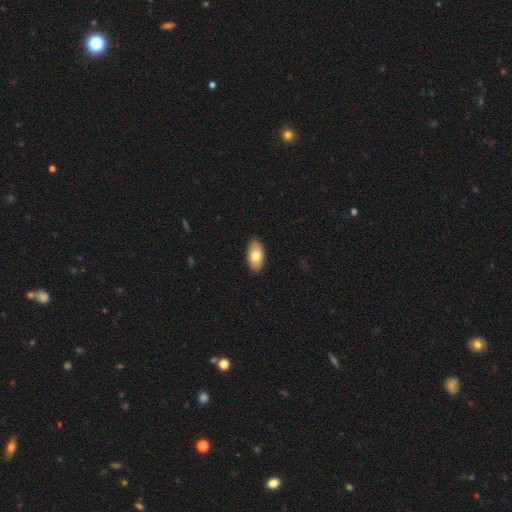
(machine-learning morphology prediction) This appears to be a smooth galaxy with no disk features (76%) that is in between round and cigar-shaped (94%). Merging: none (90%).